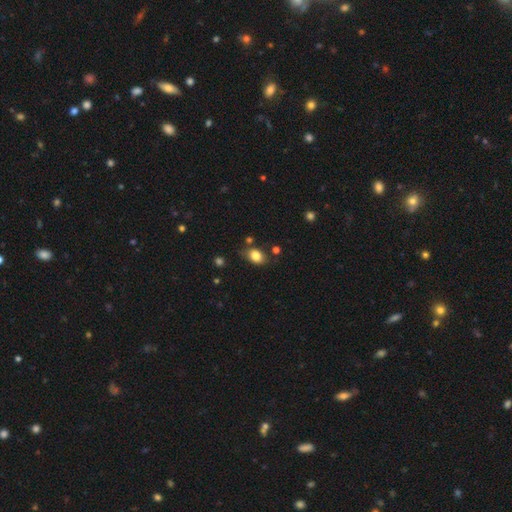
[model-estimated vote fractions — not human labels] Smooth or featured? Predicted: smooth (p=0.83). How rounded? Predicted: in between (p=0.72). Merging? Predicted: none (p=0.73).